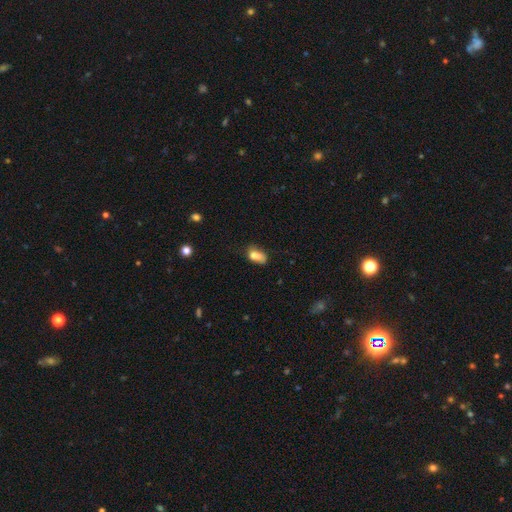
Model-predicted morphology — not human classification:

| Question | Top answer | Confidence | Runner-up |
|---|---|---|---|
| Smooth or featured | smooth | 74% | featured or disk (16%) |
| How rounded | in between | 86% | round (10%) |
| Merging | none | 40% | minor disturbance (25%) |